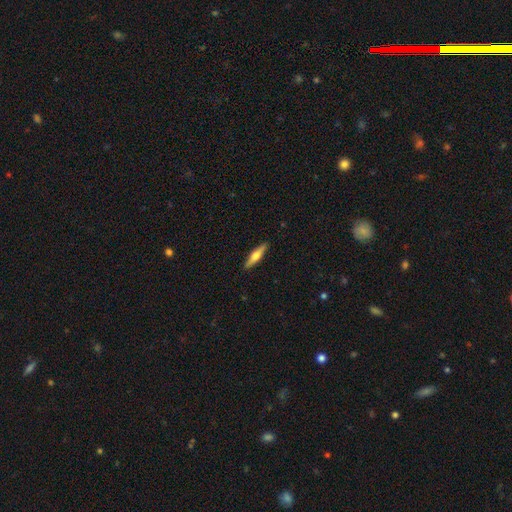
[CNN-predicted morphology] This appears to be a featured or disk galaxy (48%). Merging: none (91%).